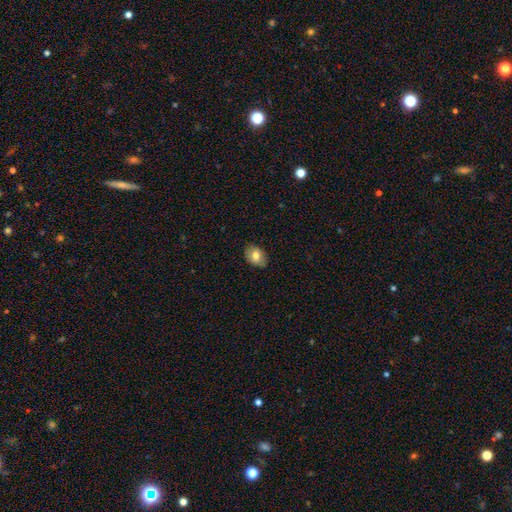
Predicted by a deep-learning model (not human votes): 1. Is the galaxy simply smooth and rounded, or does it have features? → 76% smooth, 16% featured or disk, 8% star or artifact.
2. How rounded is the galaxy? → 75% in between, 24% round, 1% cigar-shaped.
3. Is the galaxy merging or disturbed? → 85% none, 12% minor disturbance, 2% major disturbance, 1% merger.